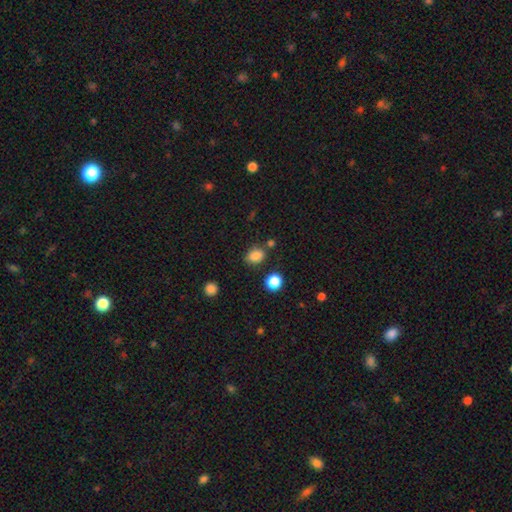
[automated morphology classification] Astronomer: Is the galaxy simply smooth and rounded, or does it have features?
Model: smooth — 84%.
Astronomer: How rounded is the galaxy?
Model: in between — 61% (runner-up: round, 37%).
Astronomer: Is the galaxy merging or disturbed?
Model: none — 74%.